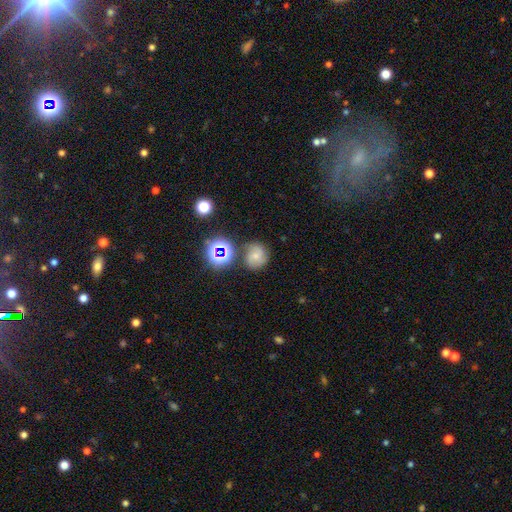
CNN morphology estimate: Overall: smooth (45%; featured or disk 34%). Merging: none (65%).